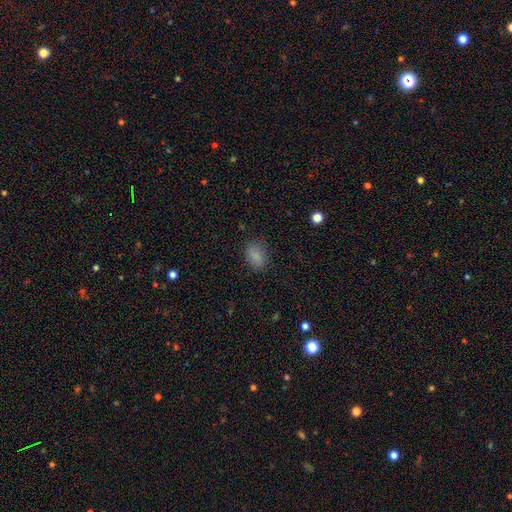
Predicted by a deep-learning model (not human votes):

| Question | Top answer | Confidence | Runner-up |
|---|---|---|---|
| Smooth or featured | smooth | 83% | star or artifact (11%) |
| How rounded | in between | 82% | round (17%) |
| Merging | none | 80% | minor disturbance (15%) |